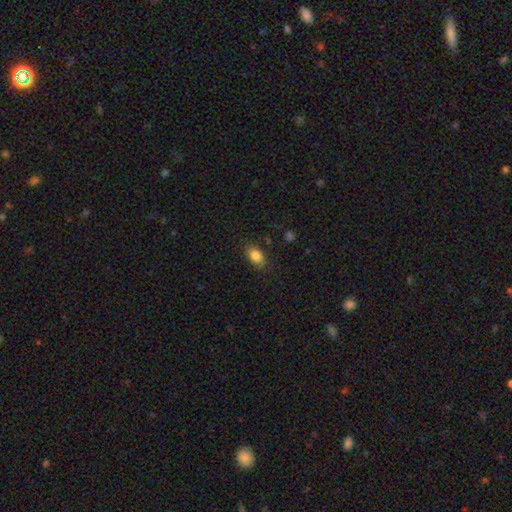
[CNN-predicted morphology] Overall: smooth (85%). How rounded: in between (83%). Merging: none (80%).